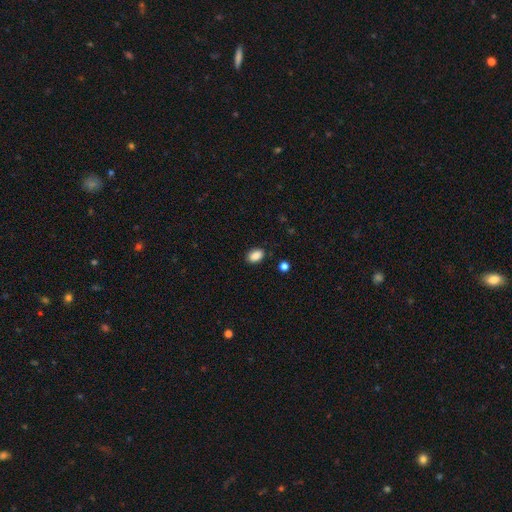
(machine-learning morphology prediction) Smooth or featured?
  - smooth: 88% *
  - star or artifact: 8%
  - featured or disk: 3%
How rounded?
  - in between: 81% *
  - round: 18%
  - cigar-shaped: 1%
Merging?
  - none: 85% *
  - minor disturbance: 11%
  - major disturbance: 3%
  - merger: 2%